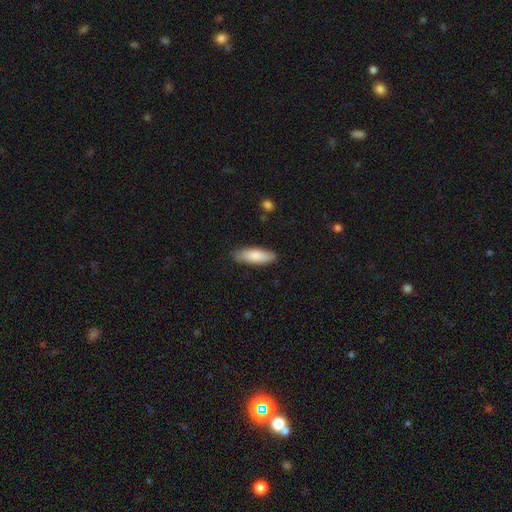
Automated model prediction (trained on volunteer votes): A smooth galaxy with no disk features (84%) that is in between round and cigar-shaped (55%). Merging: none (86%).